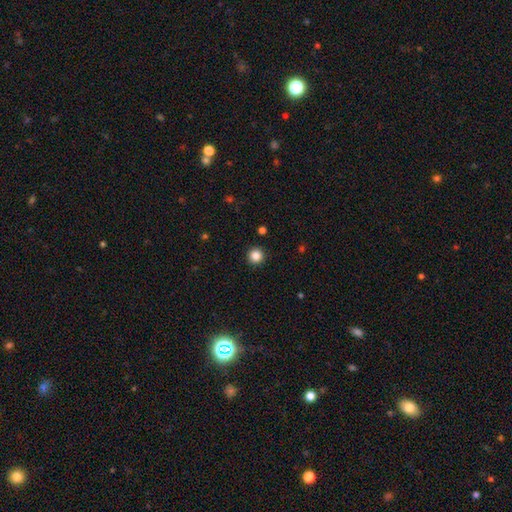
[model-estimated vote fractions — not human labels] A smooth galaxy with no disk features (85%) that is round (96%). Merging: none (93%).